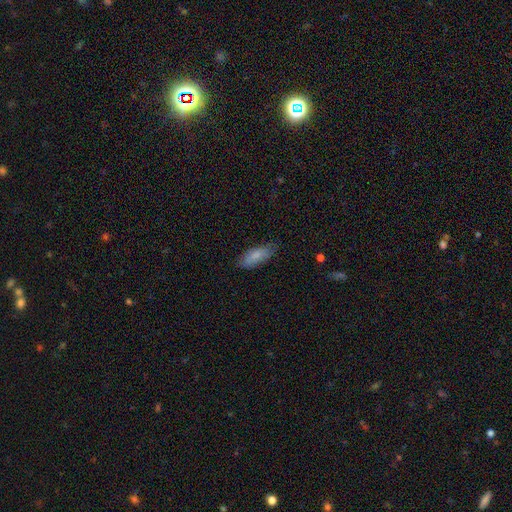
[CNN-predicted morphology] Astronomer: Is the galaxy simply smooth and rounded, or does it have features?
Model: smooth — 80%.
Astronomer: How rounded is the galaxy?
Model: in between — 75%.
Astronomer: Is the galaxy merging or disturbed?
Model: none — 75%.